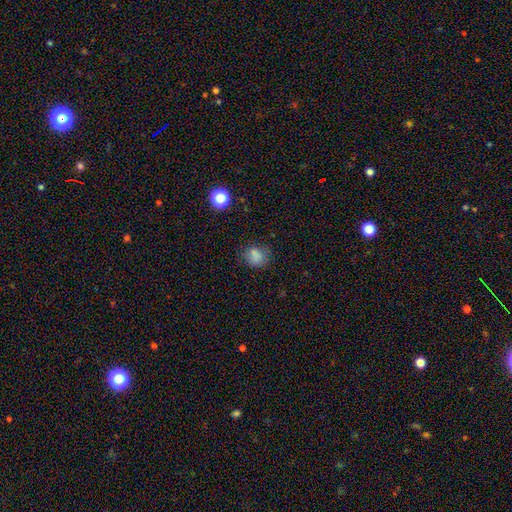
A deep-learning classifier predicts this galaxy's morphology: smooth-or-featured: smooth: 77% | star or artifact: 14% | featured or disk: 9%
  how-rounded: round: 65% | in between: 34% | cigar-shaped: 1%
  merging: none: 69% | minor disturbance: 19% | major disturbance: 6% | merger: 6%